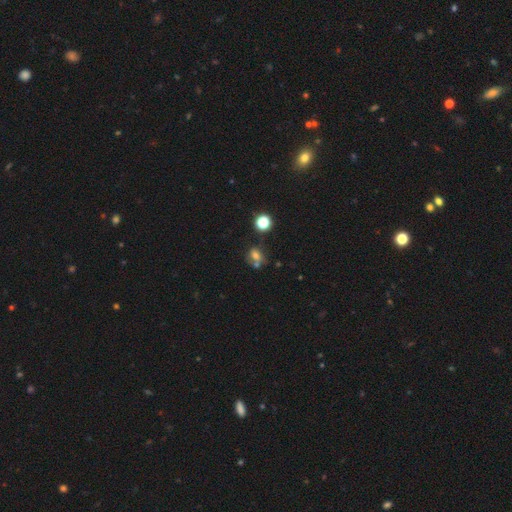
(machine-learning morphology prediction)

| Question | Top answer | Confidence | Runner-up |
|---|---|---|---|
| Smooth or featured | smooth | 61% | star or artifact (21%) |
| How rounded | round | 52% | in between (46%) |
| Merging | none | 48% | merger (29%) |